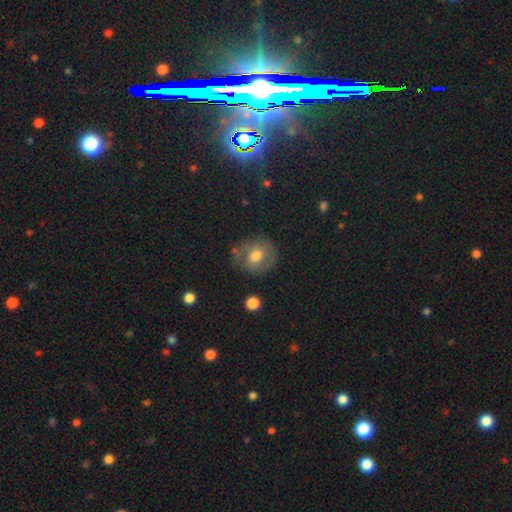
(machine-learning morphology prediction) Q: Smooth or featured?
A: smooth (53%); runner-up: featured or disk (36%)
Q: How rounded?
A: round (70%); runner-up: in between (29%)
Q: Merging?
A: none (73%); runner-up: minor disturbance (18%)